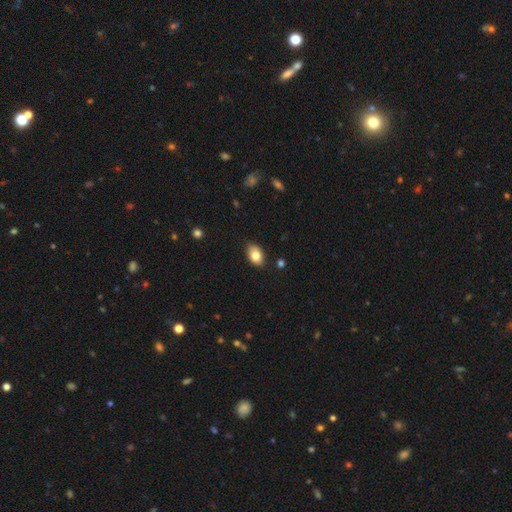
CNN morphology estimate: type=smooth (82%); roundness=in between (88%); merging=none (85%).